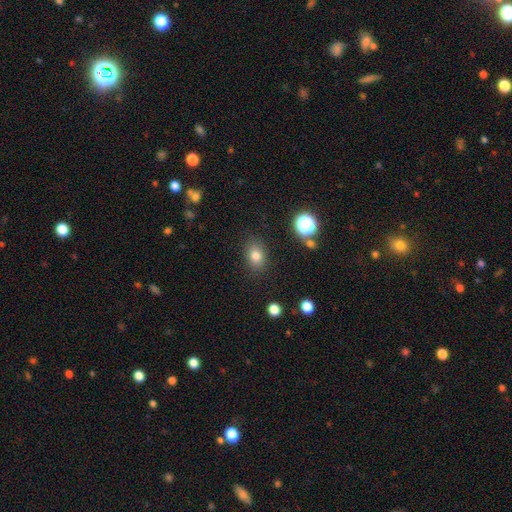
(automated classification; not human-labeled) smooth-or-featured: smooth: 79% | star or artifact: 13% | featured or disk: 9%
  how-rounded: in between: 63% | round: 36% | cigar-shaped: 1%
  merging: none: 84% | minor disturbance: 11% | major disturbance: 3% | merger: 2%